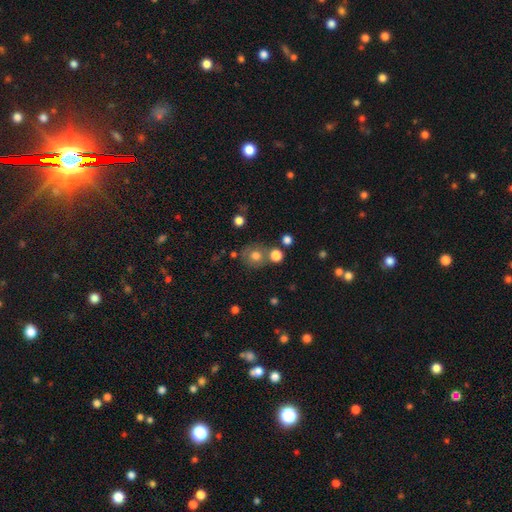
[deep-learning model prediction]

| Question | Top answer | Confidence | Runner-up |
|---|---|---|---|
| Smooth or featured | smooth | 75% | star or artifact (14%) |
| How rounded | round | 87% | in between (12%) |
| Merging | none | 67% | merger (17%) |